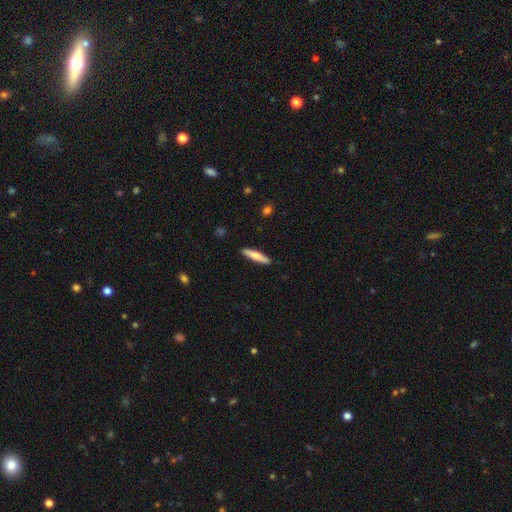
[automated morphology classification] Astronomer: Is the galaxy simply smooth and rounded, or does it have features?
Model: smooth — 64%.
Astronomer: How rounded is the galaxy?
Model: cigar-shaped — 87%.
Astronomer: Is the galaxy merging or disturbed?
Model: none — 90%.